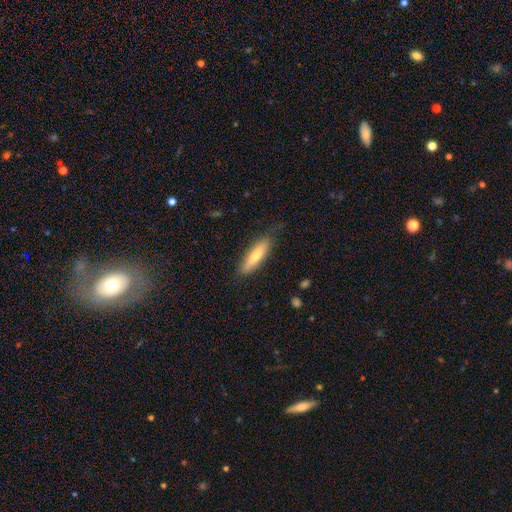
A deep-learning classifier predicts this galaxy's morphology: smooth-or-featured: smooth: 62% | featured or disk: 30% | star or artifact: 7%
  how-rounded: cigar-shaped: 71% | in between: 27% | round: 2%
  merging: none: 76% | minor disturbance: 19% | major disturbance: 4% | merger: 1%